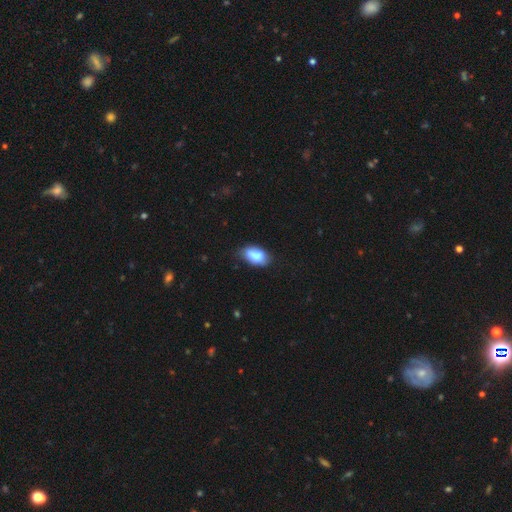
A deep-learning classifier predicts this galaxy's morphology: Smooth or featured: smooth — 81% (featured or disk — 12%)
How rounded: in between — 91% (round — 6%)
Merging: none — 59% (minor disturbance — 28%)